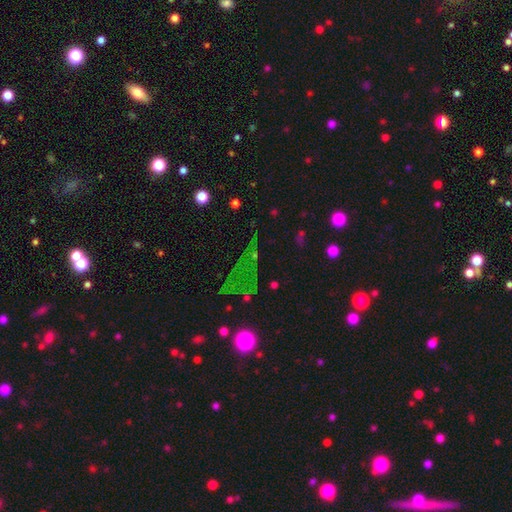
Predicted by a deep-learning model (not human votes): smooth-or-featured: star or artifact: 54% | smooth: 28% | featured or disk: 19%